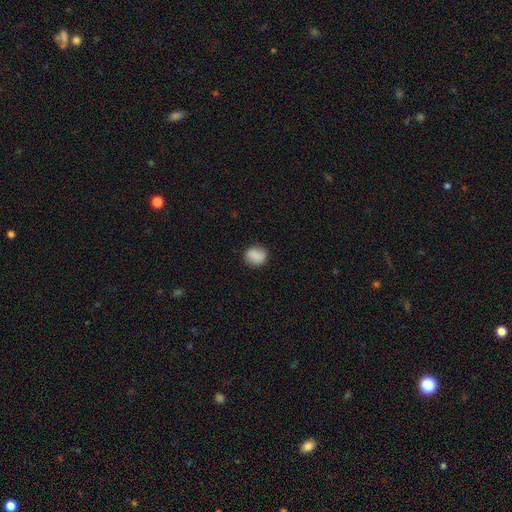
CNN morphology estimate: A smooth galaxy with no disk features (85%) that is round (68%).

Vote fractions:
- Smooth or featured? smooth: 85% / star or artifact: 8% / featured or disk: 7%
- How rounded? round: 68% / in between: 31% / cigar-shaped: 1%
- Merging? none: 78% / minor disturbance: 16% / major disturbance: 4% / merger: 1%